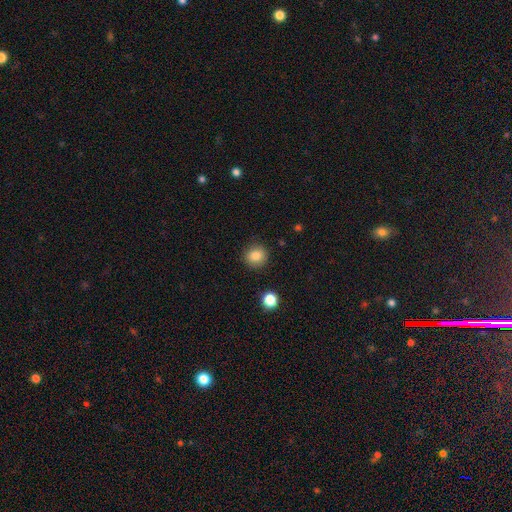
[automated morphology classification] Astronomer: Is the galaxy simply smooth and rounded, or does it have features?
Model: smooth — 84%.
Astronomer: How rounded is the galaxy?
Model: round — 90%.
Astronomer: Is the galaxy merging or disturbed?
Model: none — 89%.